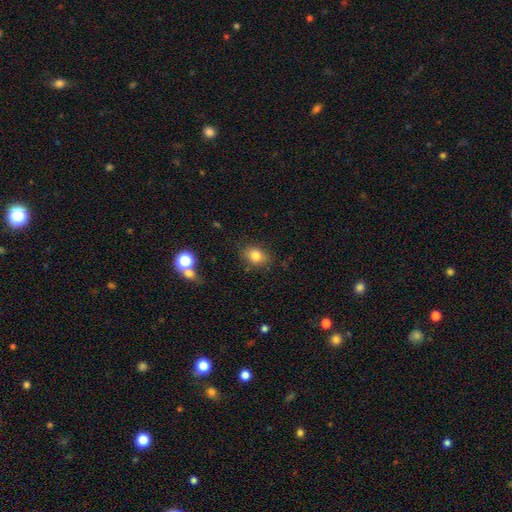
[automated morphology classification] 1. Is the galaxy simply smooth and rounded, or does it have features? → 80% smooth, 11% star or artifact, 9% featured or disk.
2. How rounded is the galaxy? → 60% in between, 39% round, 1% cigar-shaped.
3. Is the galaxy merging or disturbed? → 80% none, 14% minor disturbance, 4% major disturbance, 3% merger.